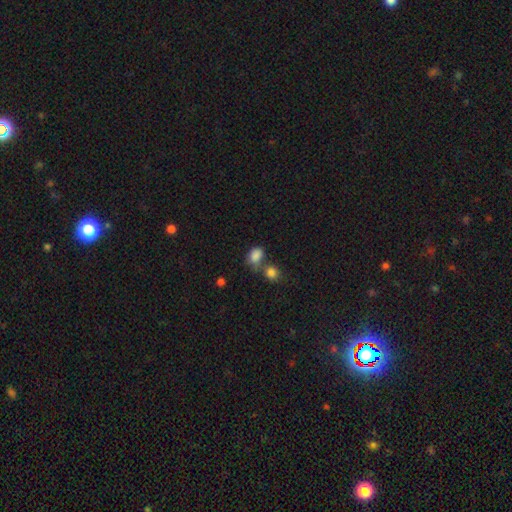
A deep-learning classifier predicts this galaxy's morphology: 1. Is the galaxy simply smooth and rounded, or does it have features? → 84% smooth, 10% star or artifact, 5% featured or disk.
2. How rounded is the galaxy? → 70% in between, 28% round, 1% cigar-shaped.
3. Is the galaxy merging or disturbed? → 44% none, 35% merger, 15% minor disturbance, 6% major disturbance.